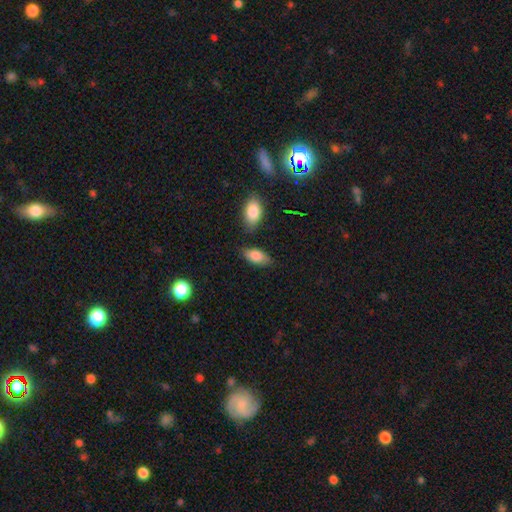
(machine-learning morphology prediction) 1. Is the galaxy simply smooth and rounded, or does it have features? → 84% smooth, 9% featured or disk, 7% star or artifact.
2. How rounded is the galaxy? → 91% in between, 6% cigar-shaped, 3% round.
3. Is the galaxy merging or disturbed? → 76% none, 15% minor disturbance, 5% merger, 3% major disturbance.